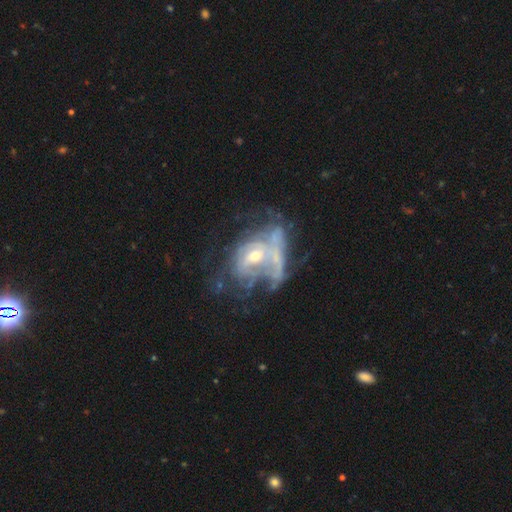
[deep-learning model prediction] Q: Smooth or featured?
A: featured or disk (75%); runner-up: smooth (15%)
Q: Edge-on disk?
A: no (96%); runner-up: yes (4%)
Q: Bar?
A: no (66%); runner-up: weak (26%)
Q: Spiral arms?
A: yes (53%); runner-up: no (47%)
Q: Bulge size?
A: small (47%); runner-up: moderate (46%)
Q: Merging?
A: major disturbance (37%); runner-up: merger (23%)